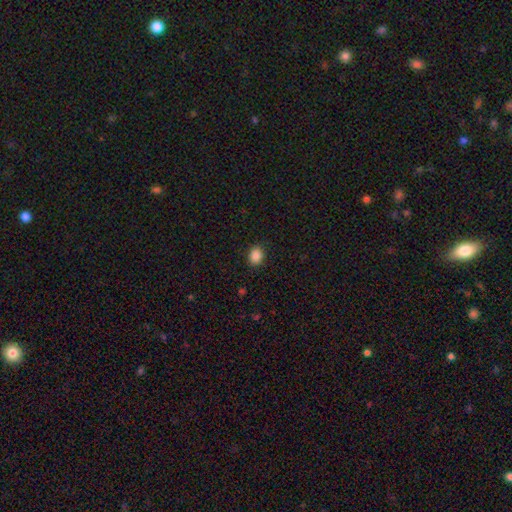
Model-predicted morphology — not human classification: type=smooth (87%); roundness=in between (56%); merging=none (89%).